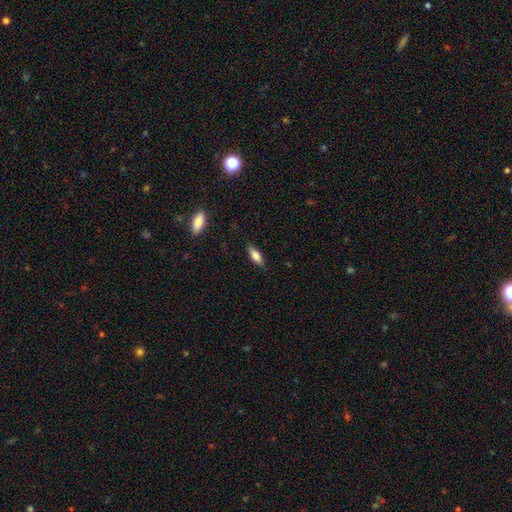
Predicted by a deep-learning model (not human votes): Smooth or featured: smooth — 76% (featured or disk — 17%)
How rounded: in between — 65% (cigar-shaped — 33%)
Merging: none — 86% (minor disturbance — 11%)